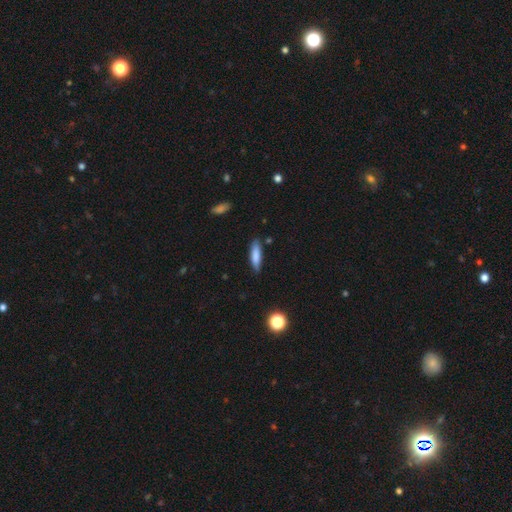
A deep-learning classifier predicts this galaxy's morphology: smooth-or-featured: smooth: 81% | featured or disk: 12% | star or artifact: 7%
  how-rounded: cigar-shaped: 70% | in between: 28% | round: 2%
  merging: none: 82% | minor disturbance: 13% | major disturbance: 2% | merger: 2%